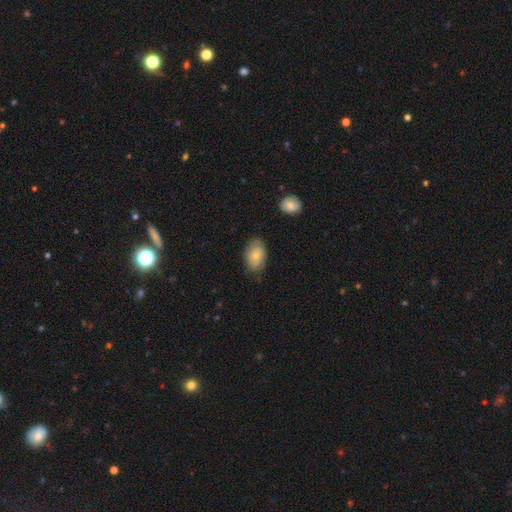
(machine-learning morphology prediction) type=smooth (72%); roundness=in between (87%); merging=none (76%).